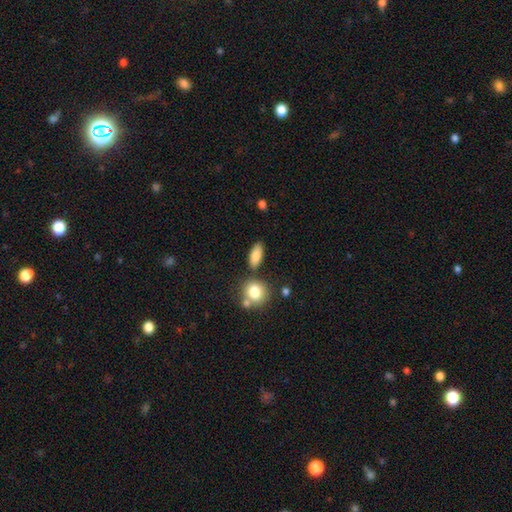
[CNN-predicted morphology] Smooth or featured? Predicted: smooth (p=0.85). How rounded? Predicted: in between (p=0.81). Merging? Predicted: none (p=0.77).